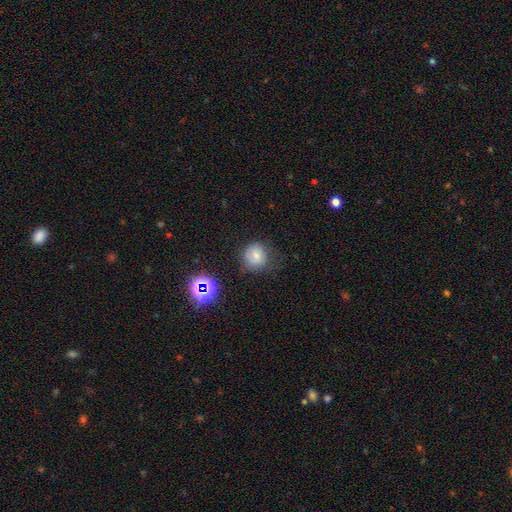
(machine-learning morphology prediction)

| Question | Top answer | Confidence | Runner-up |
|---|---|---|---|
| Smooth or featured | smooth | 69% | star or artifact (16%) |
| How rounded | round | 83% | in between (16%) |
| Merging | none | 68% | minor disturbance (22%) |